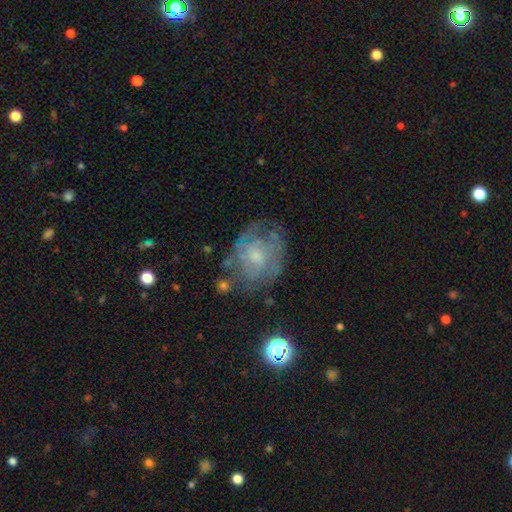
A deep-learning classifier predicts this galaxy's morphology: Overall: featured or disk (58%; smooth 32%). Edge-on disk: no (97%). Bar: no (81%). Spiral arms: no (53%; yes 47%). Bulge size: small (42%; moderate 40%). Merging: none (58%; minor disturbance 23%).